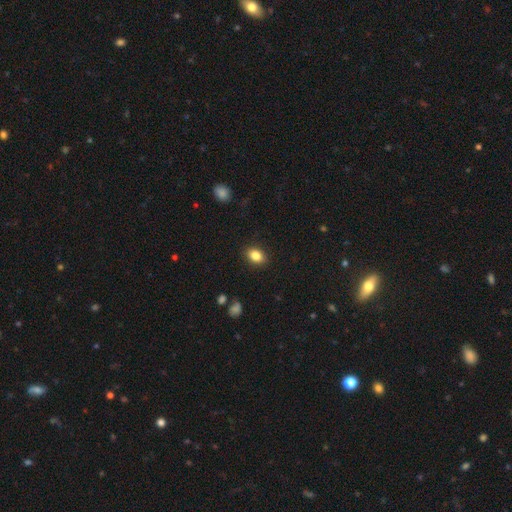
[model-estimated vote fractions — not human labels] Morphology: type=smooth (85%); roundness=in between (77%); merging=none (88%).